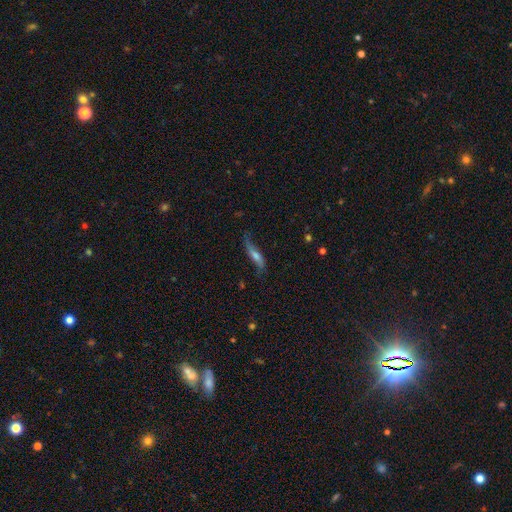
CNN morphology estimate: Smooth or featured? featured or disk (54%)
Edge-on disk? no (52%)
Merging? none (61%)